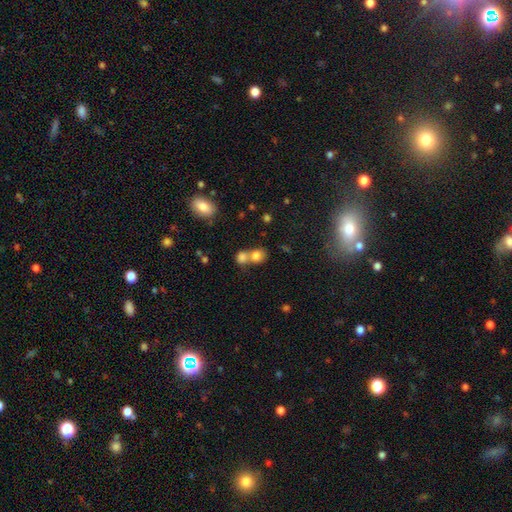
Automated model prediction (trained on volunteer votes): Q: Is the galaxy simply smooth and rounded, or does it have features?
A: smooth — 79%.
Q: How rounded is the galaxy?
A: round — 66%.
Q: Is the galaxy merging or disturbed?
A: merger — 56%.